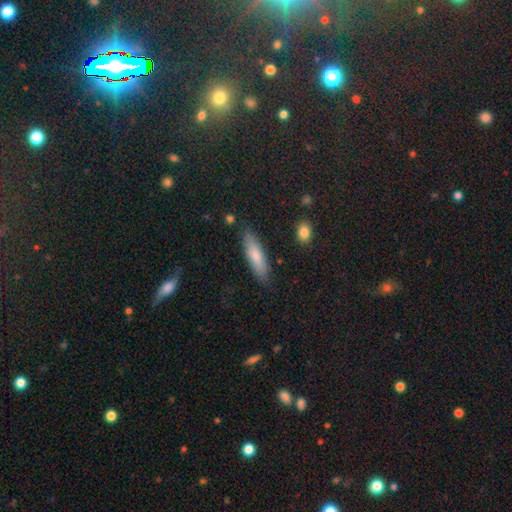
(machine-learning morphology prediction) The model was most divided on "how rounded": cigar-shaped: 61%, in between: 37%, round: 2%. More confident: merging — none (82%); smooth or featured — smooth (76%).